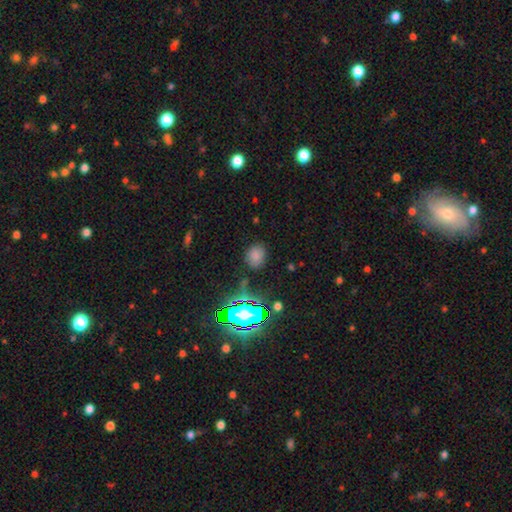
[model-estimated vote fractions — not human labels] This is likely a smooth galaxy (71%). How rounded: possibly in between (53%). Merging: likely none (79%).